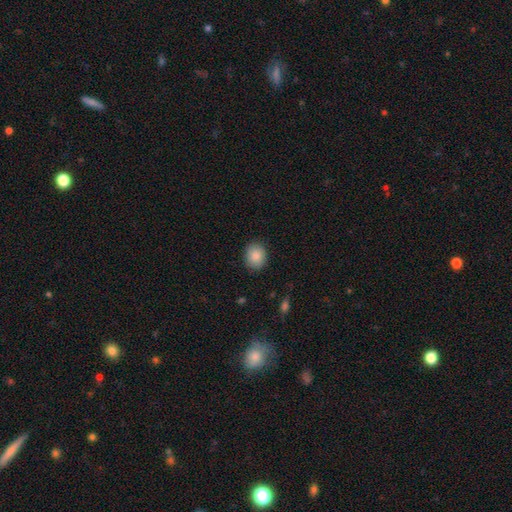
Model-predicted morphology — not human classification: Overall: smooth (88%). How rounded: round (60%; in between 39%). Merging: none (88%).